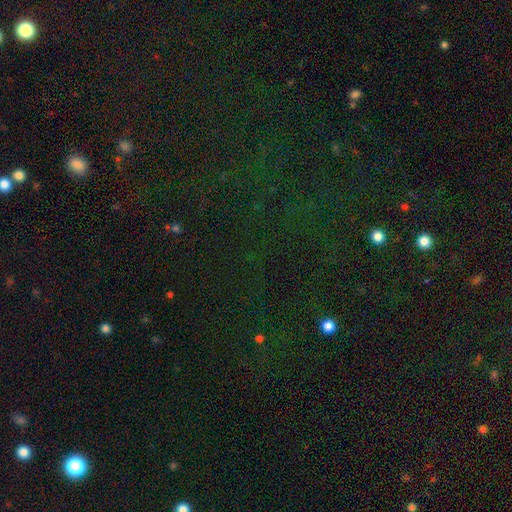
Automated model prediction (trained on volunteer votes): smooth_or_featured: star or artifact (p=0.75) [alt: smooth p=0.17]